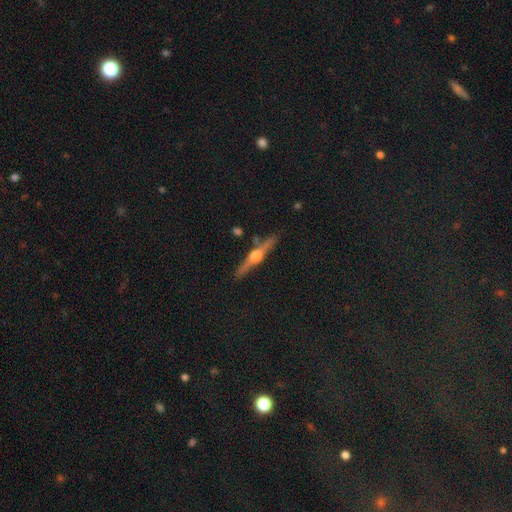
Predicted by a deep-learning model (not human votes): Smooth or featured? featured or disk (81%)
Edge-on disk? yes (98%)
Edge-on bulge? rounded (96%)
Merging? none (86%)